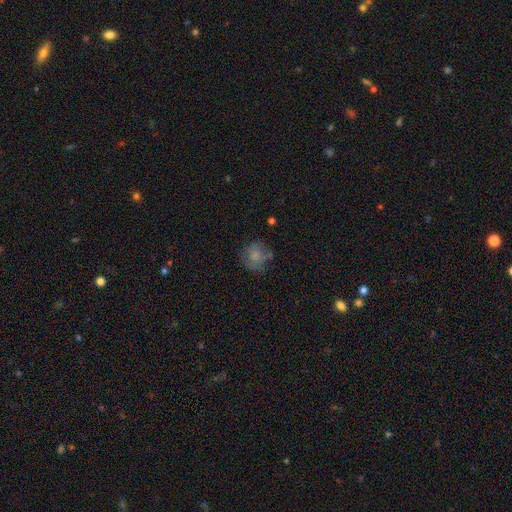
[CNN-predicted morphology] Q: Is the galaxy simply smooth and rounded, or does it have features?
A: smooth — 68%.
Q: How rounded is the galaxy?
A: round — 82%.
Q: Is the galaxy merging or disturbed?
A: none — 60%.